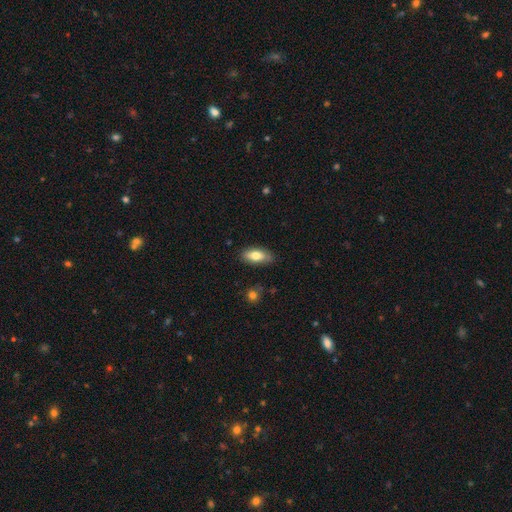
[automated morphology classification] Q: Smooth or featured?
A: smooth (75%); runner-up: featured or disk (18%)
Q: How rounded?
A: in between (82%); runner-up: cigar-shaped (15%)
Q: Merging?
A: none (83%); runner-up: minor disturbance (13%)